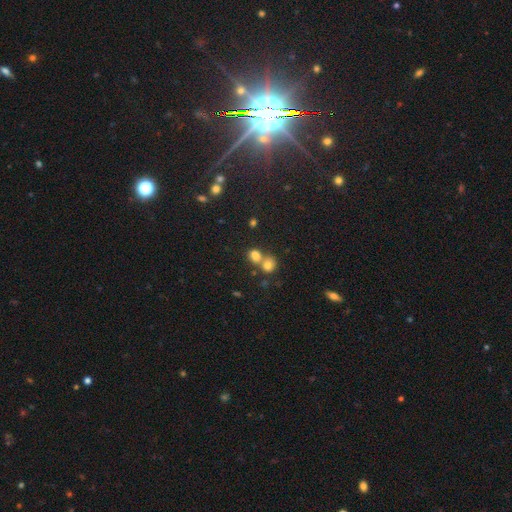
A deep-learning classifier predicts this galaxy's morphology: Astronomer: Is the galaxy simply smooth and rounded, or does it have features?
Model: smooth — 77%.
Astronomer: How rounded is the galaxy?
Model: round — 70%.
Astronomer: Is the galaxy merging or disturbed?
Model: merger — 50% (runner-up: none, 40%).